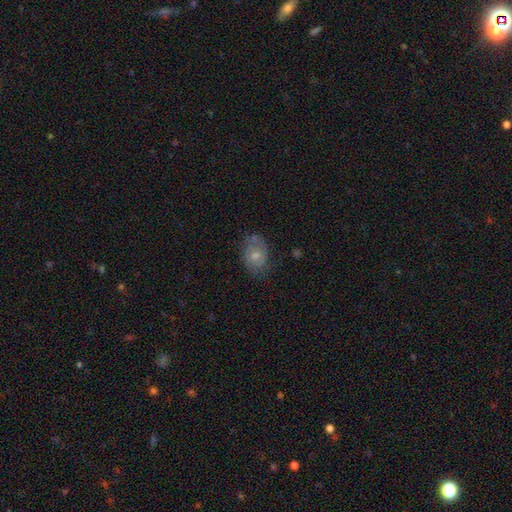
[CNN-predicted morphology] A smooth galaxy with no disk features (62%) that is in between round and cigar-shaped (67%). Merging: none (57%).